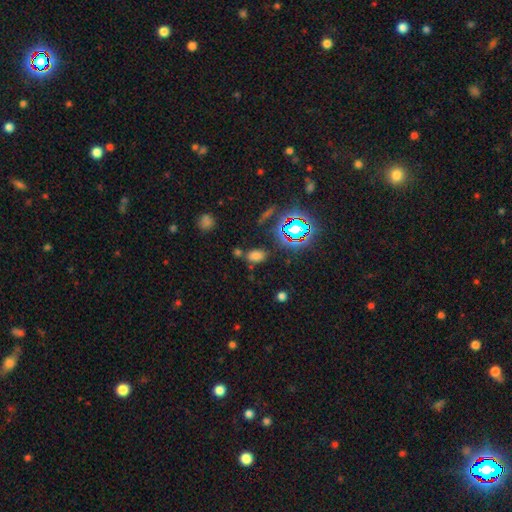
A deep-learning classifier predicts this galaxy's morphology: A smooth galaxy with no disk features (67%) that is in between round and cigar-shaped (87%). Merging: none (73%).